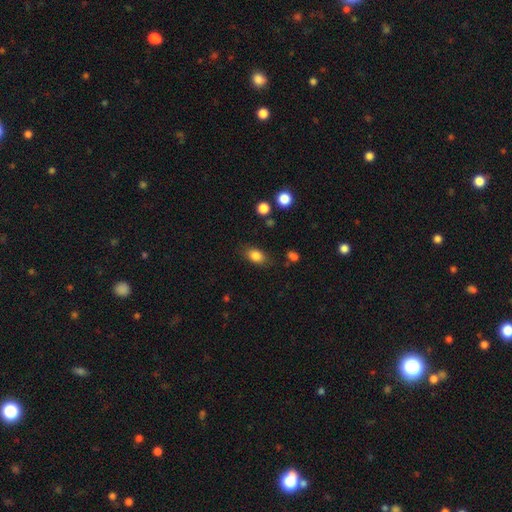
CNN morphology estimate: smooth_or_featured: smooth (p=0.84) [alt: star or artifact p=0.09]
how_rounded: in between (p=0.81) [alt: round p=0.17]
merging: none (p=0.81) [alt: minor disturbance p=0.13]